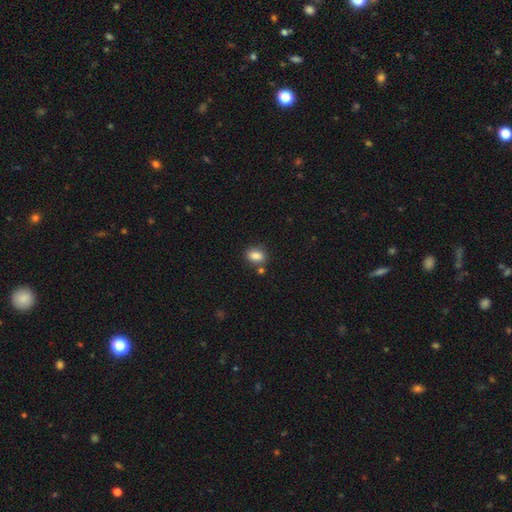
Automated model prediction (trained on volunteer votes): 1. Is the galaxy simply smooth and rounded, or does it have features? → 85% smooth, 9% star or artifact, 6% featured or disk.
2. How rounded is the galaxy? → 74% in between, 24% round, 2% cigar-shaped.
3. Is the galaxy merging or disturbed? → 75% none, 11% minor disturbance, 10% merger, 3% major disturbance.